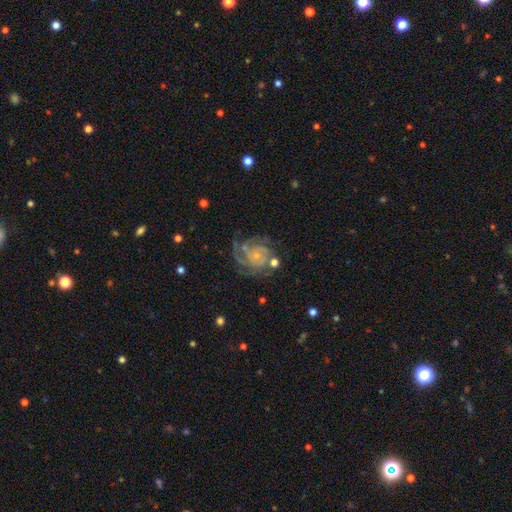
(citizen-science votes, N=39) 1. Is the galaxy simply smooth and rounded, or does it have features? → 92% featured or disk, 5% smooth, 3% star or artifact.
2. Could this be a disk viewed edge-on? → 100% no, 0% yes.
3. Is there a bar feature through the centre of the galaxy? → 78% no, 17% weak, 6% strong.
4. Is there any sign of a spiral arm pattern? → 100% yes, 0% no.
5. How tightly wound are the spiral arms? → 64% tight, 31% medium, 6% loose.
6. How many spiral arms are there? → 39% 3 (tied), 39% 4 (tied), 11% can't tell, 6% 2, 6% more than 4, 0% 1.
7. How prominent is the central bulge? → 94% small, 6% moderate, 0% dominant, 0% large, 0% none.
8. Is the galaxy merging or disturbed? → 71% none, 16% major disturbance, 13% minor disturbance, 0% merger.